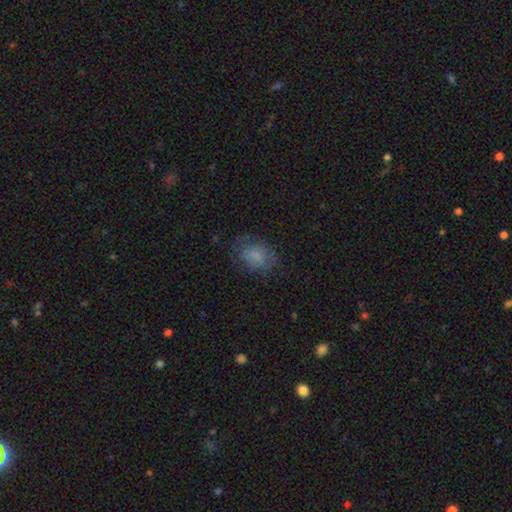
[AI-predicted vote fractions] Q: Smooth or featured?
A: smooth (72%); runner-up: featured or disk (18%)
Q: How rounded?
A: in between (68%); runner-up: round (31%)
Q: Merging?
A: none (65%); runner-up: minor disturbance (21%)